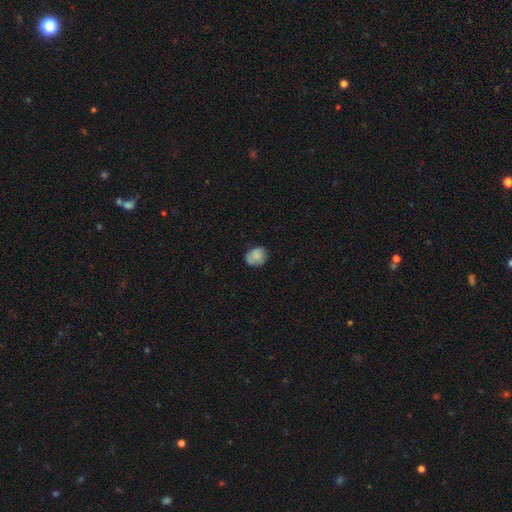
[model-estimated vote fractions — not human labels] smooth_or_featured: smooth (p=0.79) [alt: featured or disk p=0.12]
how_rounded: in between (p=0.50) [alt: round p=0.49]
merging: none (p=0.69) [alt: minor disturbance p=0.24]